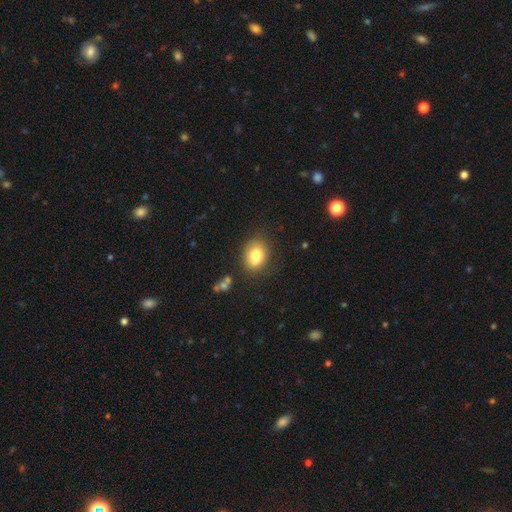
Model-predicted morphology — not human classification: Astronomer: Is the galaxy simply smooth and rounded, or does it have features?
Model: smooth — 80%.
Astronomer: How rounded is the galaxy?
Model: in between — 73%.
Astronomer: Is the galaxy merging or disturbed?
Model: none — 70%.